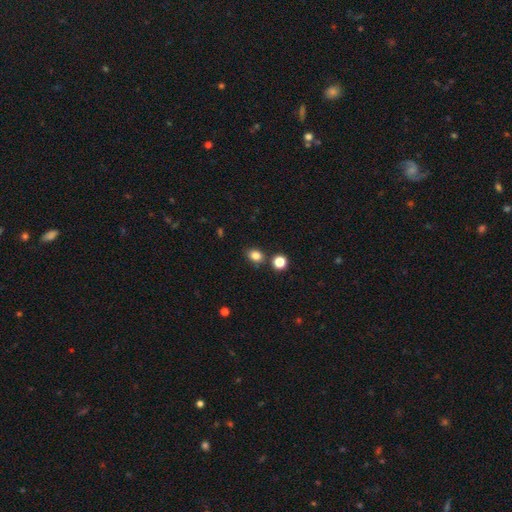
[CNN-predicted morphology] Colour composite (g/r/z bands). It shows a smooth galaxy with no disk features (83%) that is round (50%). Merging: none (79%).